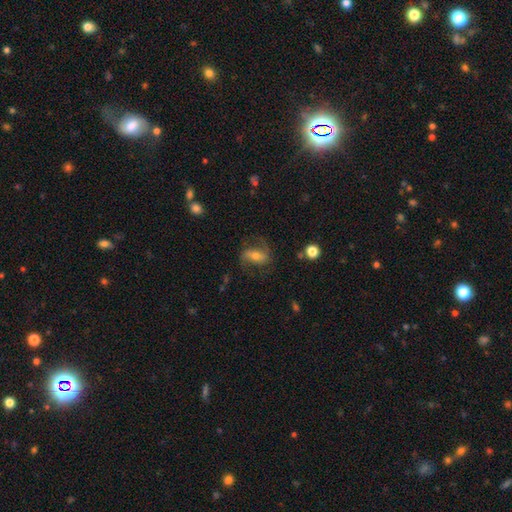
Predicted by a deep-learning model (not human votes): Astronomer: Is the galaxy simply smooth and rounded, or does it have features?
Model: featured or disk — 66%.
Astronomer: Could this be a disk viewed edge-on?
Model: no — 94%.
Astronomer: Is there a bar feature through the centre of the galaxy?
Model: weak — 36%, tied with strong at 36%.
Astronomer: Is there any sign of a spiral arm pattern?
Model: yes — 89%.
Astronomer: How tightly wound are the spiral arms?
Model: loose — 44% (runner-up: medium, 42%).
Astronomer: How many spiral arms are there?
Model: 2 — 85%.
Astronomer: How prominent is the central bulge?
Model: moderate — 55% (runner-up: small, 34%).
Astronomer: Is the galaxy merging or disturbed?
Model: none — 66%.